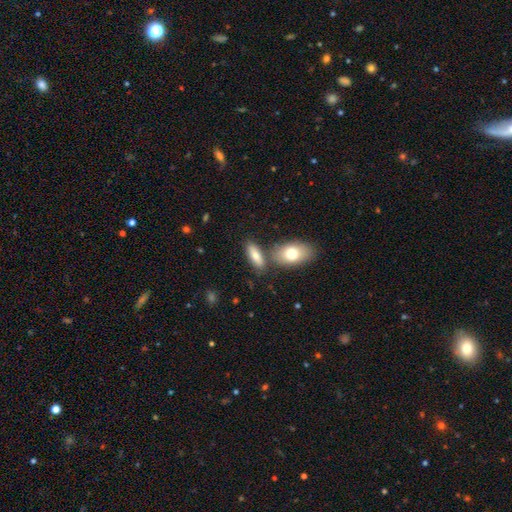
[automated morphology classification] This appears to be a smooth galaxy with no disk features (75%) that is in between round and cigar-shaped (72%). Merging: none (64%).